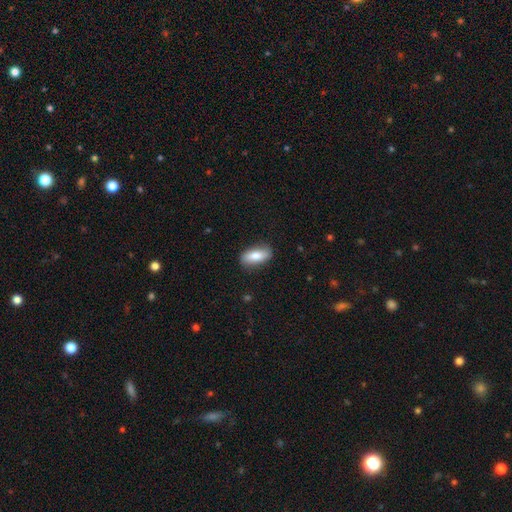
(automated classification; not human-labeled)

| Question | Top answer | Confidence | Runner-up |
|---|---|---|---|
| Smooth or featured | smooth | 75% | featured or disk (19%) |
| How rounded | in between | 83% | cigar-shaped (14%) |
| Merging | none | 83% | minor disturbance (13%) |